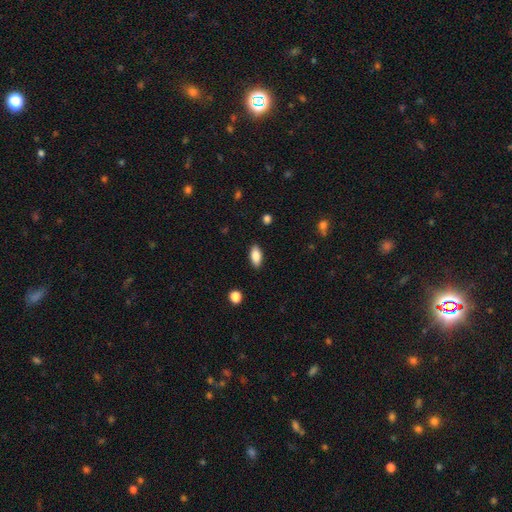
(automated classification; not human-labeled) smooth_or_featured: smooth (p=0.86) [alt: star or artifact p=0.07]
how_rounded: in between (p=0.90) [alt: cigar-shaped p=0.08]
merging: none (p=0.88) [alt: minor disturbance p=0.09]